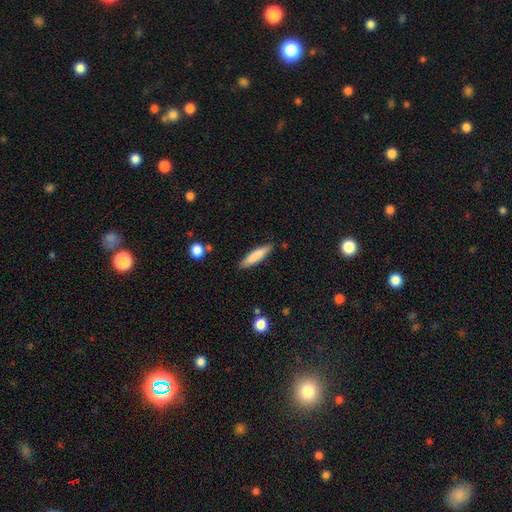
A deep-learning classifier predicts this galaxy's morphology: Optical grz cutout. It shows a smooth galaxy with no disk features (80%) that is cigar-shaped (79%). Merging: none (86%).